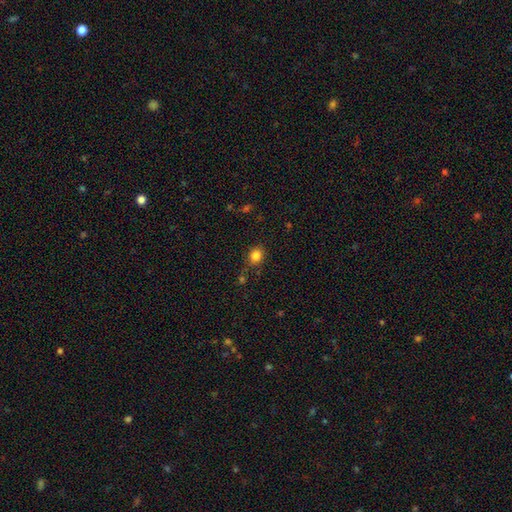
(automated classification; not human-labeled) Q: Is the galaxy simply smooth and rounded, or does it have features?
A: smooth — 83%.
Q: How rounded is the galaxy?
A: round — 65%.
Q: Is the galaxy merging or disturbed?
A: none — 78%.